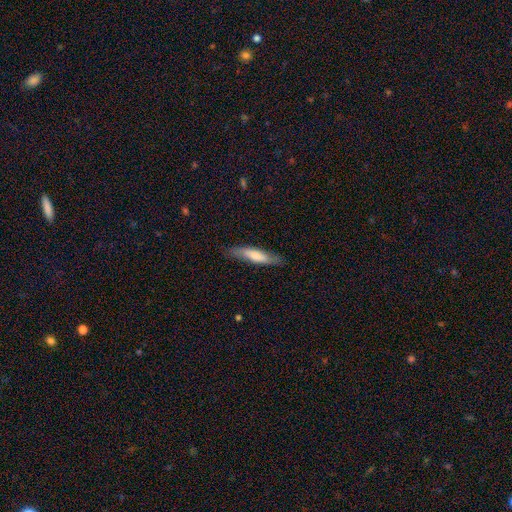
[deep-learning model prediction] smooth-or-featured: smooth: 66% | featured or disk: 29% | star or artifact: 6%
  how-rounded: cigar-shaped: 78% | in between: 20% | round: 1%
  merging: none: 81% | minor disturbance: 14% | major disturbance: 3% | merger: 1%